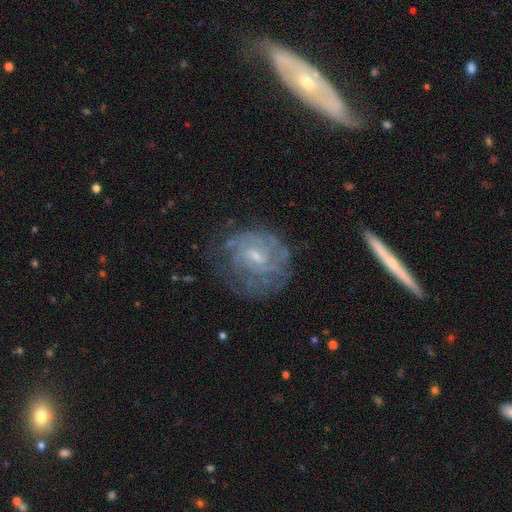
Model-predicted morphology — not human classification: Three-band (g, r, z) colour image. It shows a featured or disk galaxy (75%) with a weak bar (48%), tight (64%) spiral arms (84%) and a small central bulge (60%). Merging: none (66%).